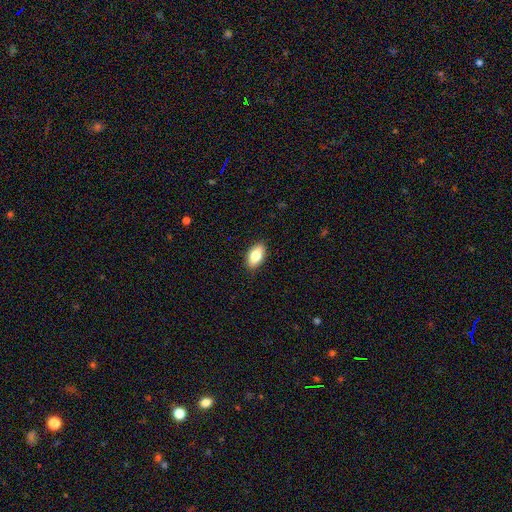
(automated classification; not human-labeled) Overall: smooth (79%). How rounded: in between (91%). Merging: none (88%).